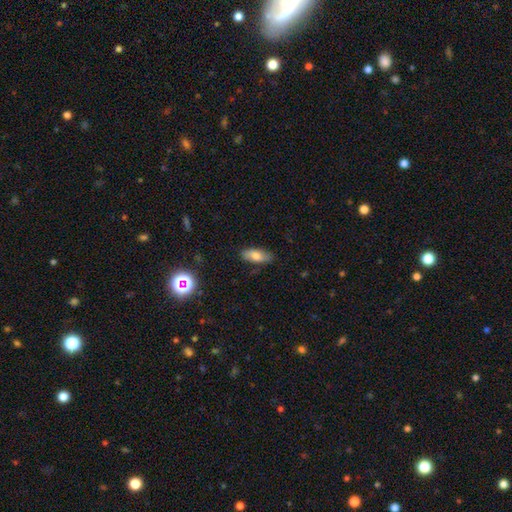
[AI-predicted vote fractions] smooth 76%, featured or disk 16%, star or artifact 8%. Down the decision tree: how rounded — in between (77%); merging — none (83%).